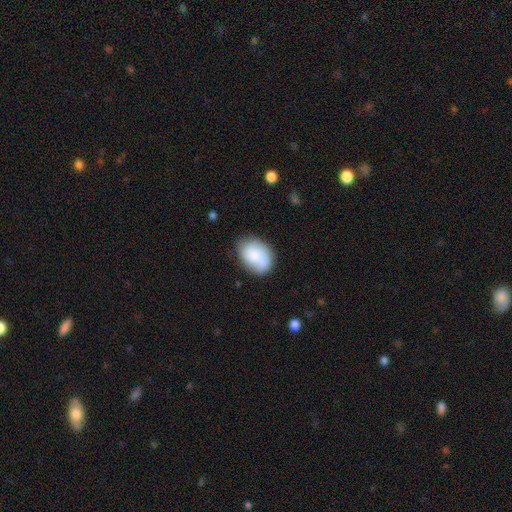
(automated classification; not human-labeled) smooth-or-featured: smooth: 70% | featured or disk: 23% | star or artifact: 7%
  how-rounded: in between: 73% | round: 26% | cigar-shaped: 1%
  merging: none: 67% | minor disturbance: 22% | major disturbance: 7% | merger: 5%